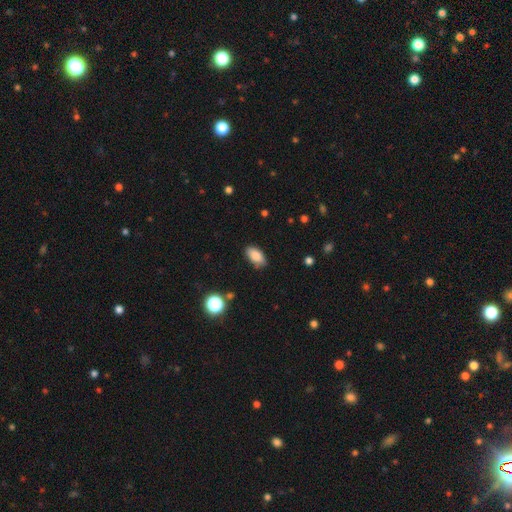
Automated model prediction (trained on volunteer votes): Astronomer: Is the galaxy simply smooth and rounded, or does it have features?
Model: smooth — 85%.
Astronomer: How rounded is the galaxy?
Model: in between — 92%.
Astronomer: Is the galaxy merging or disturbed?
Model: none — 84%.